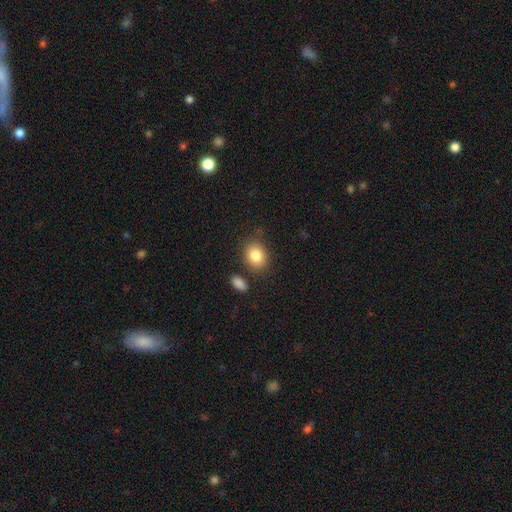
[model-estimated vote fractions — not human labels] Smooth or featured: smooth — 84% (star or artifact — 8%)
How rounded: round — 50% (in between — 49%)
Merging: none — 79% (minor disturbance — 11%)